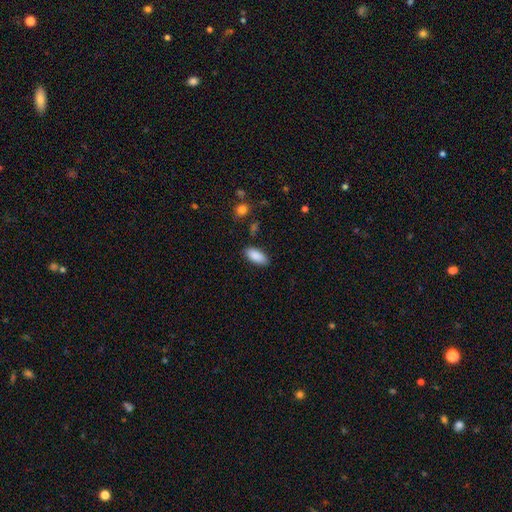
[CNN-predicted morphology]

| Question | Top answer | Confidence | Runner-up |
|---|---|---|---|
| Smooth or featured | smooth | 89% | star or artifact (7%) |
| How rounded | in between | 88% | cigar-shaped (10%) |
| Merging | none | 84% | minor disturbance (12%) |